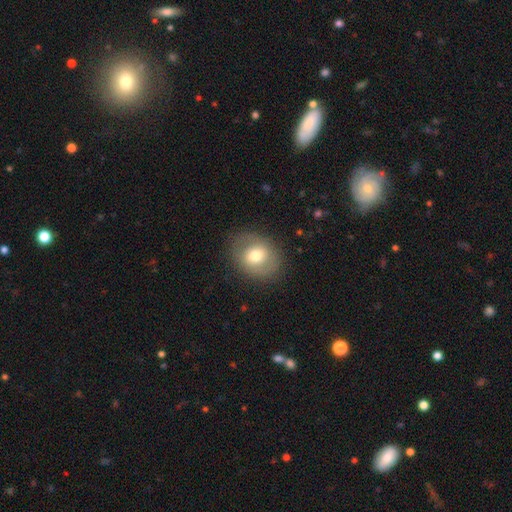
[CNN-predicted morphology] Smooth or featured?
  - smooth: 64% *
  - featured or disk: 27%
  - star or artifact: 9%
How rounded?
  - round: 58% *
  - in between: 41%
  - cigar-shaped: 1%
Merging?
  - none: 82% *
  - minor disturbance: 12%
  - major disturbance: 5%
  - merger: 1%